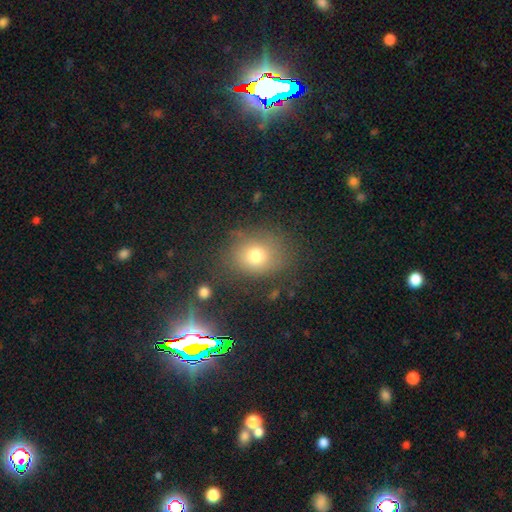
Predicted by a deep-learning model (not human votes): A smooth galaxy with no disk features (69%) that is round (57%). Merging: none (76%).